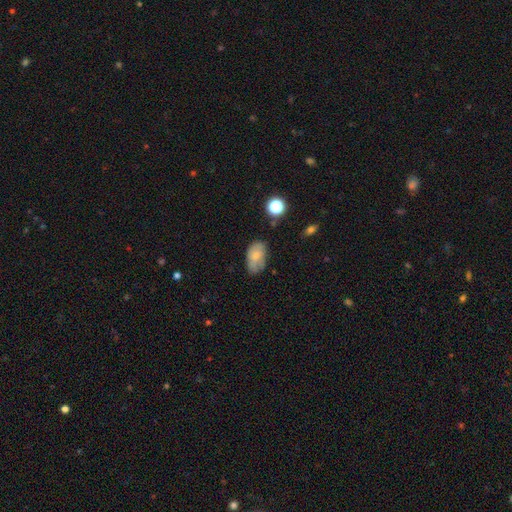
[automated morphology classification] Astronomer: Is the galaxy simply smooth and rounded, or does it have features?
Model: smooth — 76%.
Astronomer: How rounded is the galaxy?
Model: in between — 92%.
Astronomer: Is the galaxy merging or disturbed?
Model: none — 61%.